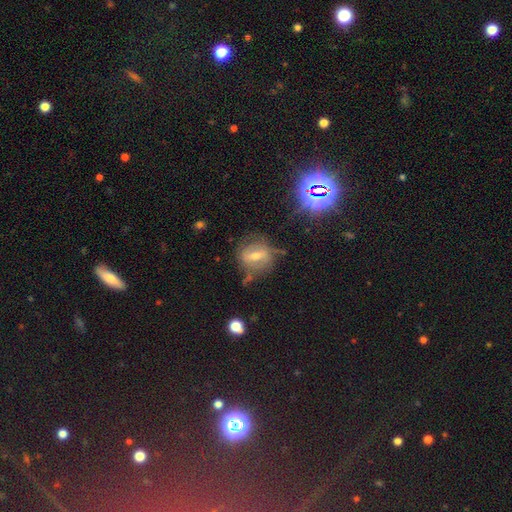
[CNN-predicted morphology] This appears to be a featured or disk galaxy (54%). Merging: none (58%).